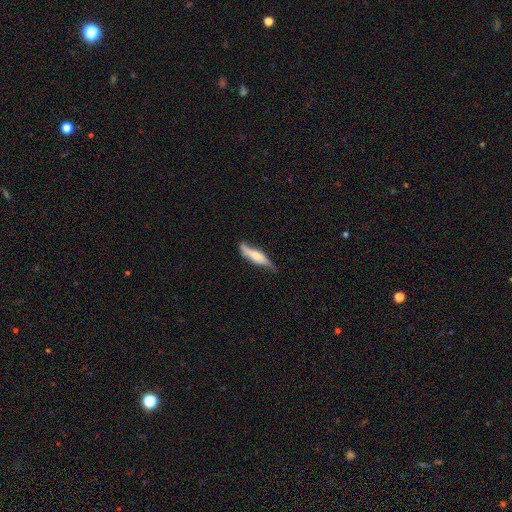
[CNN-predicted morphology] type=smooth (54%); roundness=cigar-shaped (69%); merging=none (52%).